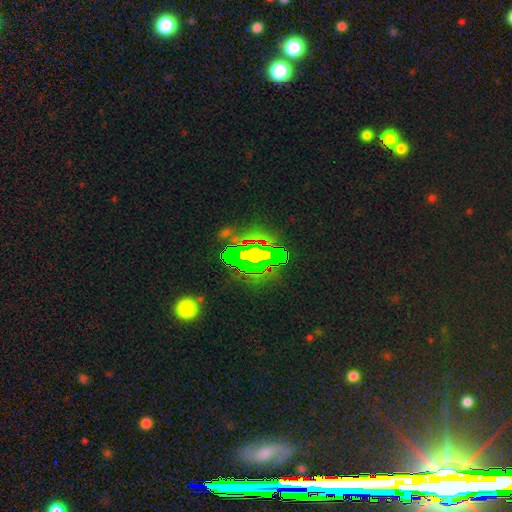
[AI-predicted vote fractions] Q: Smooth or featured?
A: star or artifact (66%); runner-up: featured or disk (19%)